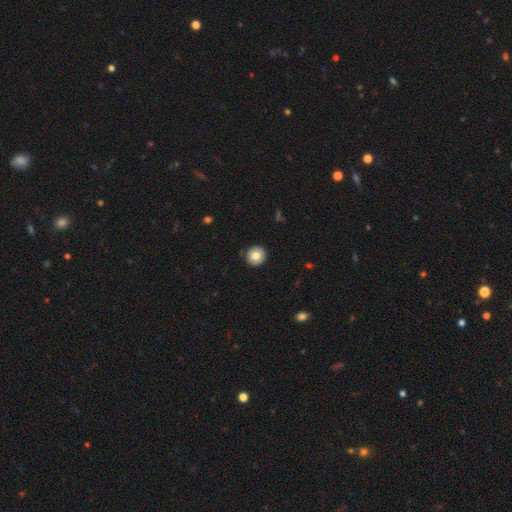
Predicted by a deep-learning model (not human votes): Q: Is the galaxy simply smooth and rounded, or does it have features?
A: smooth — 79%.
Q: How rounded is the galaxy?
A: round — 93%.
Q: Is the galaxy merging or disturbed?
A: none — 90%.